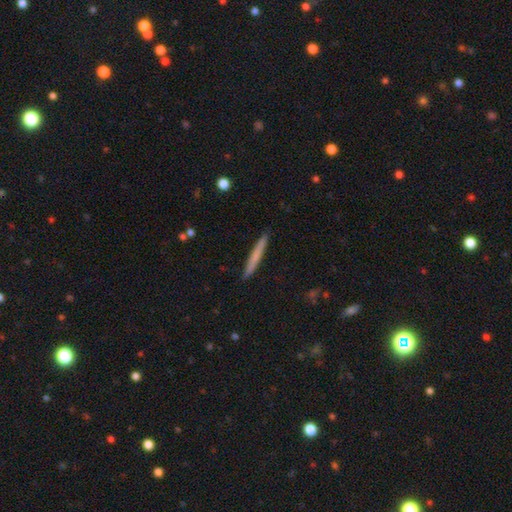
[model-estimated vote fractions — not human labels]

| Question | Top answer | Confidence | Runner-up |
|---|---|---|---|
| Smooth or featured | smooth | 64% | featured or disk (31%) |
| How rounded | cigar-shaped | 97% | in between (2%) |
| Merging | none | 91% | minor disturbance (6%) |